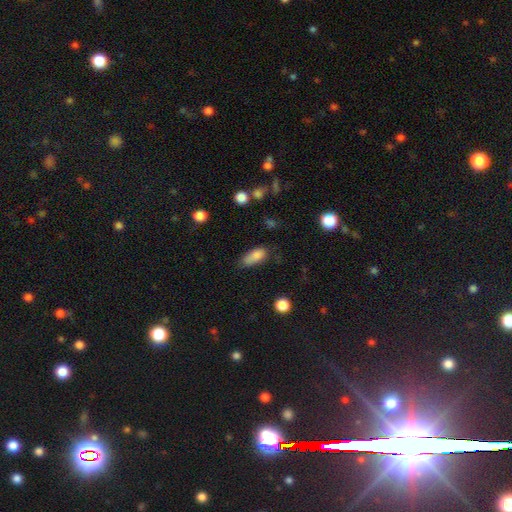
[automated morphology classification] smooth_or_featured: smooth (p=0.84) [alt: star or artifact p=0.09]
how_rounded: in between (p=0.83) [alt: cigar-shaped p=0.14]
merging: none (p=0.56) [alt: minor disturbance p=0.31]